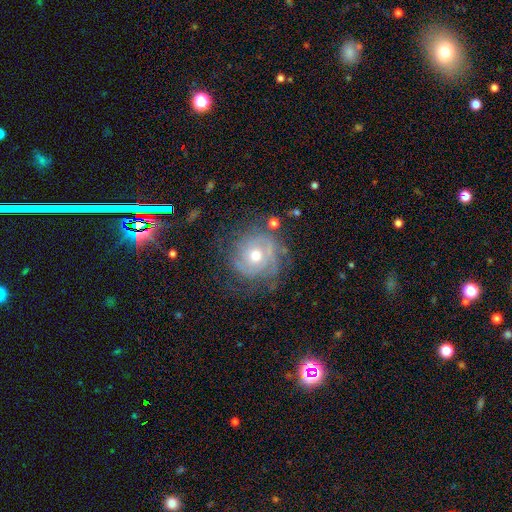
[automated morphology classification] The model was most divided on "spiral arm count": can't tell: 46%, 2: 20%, 3: 16%, 1: 6%, 4: 6%, more than 4: 5%. More confident: edge-on disk — no (97%); bar — no (82%); spiral arms — yes (81%); bulge size — moderate (73%); smooth or featured — featured or disk (72%); spiral winding — tight (67%); merging — none (66%).